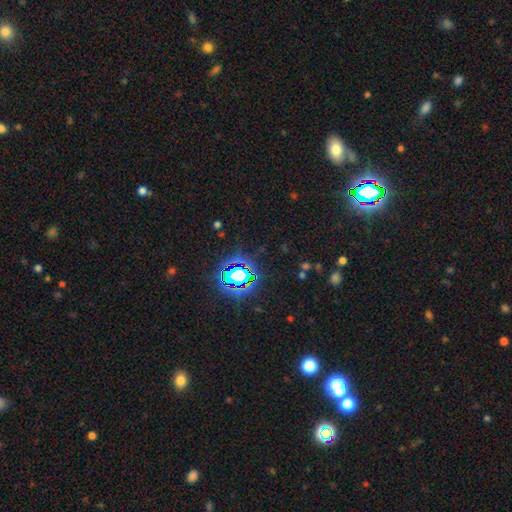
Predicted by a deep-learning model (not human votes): smooth_or_featured: star or artifact (p=0.79) [alt: smooth p=0.13]